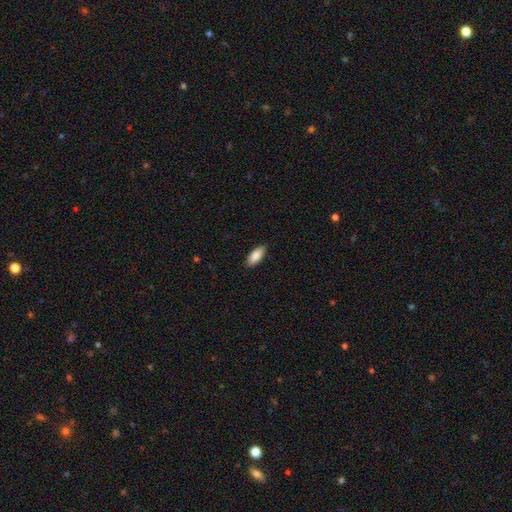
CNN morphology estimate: Smooth or featured? Predicted: smooth (p=0.88). How rounded? Predicted: in between (p=0.85). Merging? Predicted: none (p=0.89).